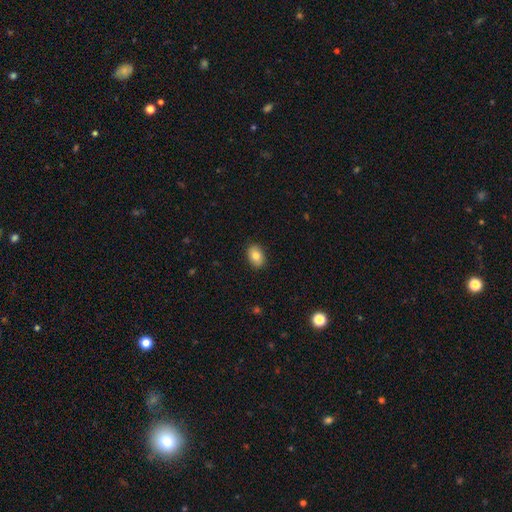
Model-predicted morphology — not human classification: A smooth galaxy with no disk features (82%) that is in between round and cigar-shaped (81%). Merging: none (89%).